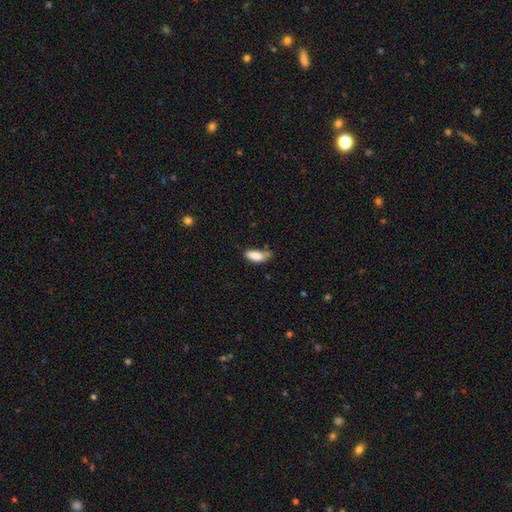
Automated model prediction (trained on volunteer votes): Overall: smooth (83%). How rounded: in between (82%). Merging: none (45%; minor disturbance 39%).